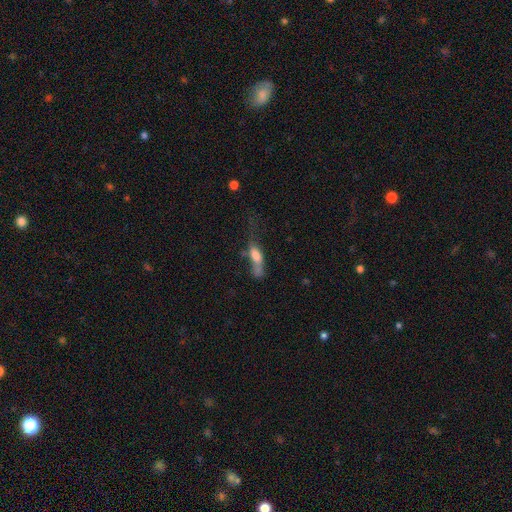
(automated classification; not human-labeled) Overall: smooth (61%; featured or disk 29%). How rounded: in between (53%; cigar-shaped 43%). Merging: major disturbance (38%; none 24%).